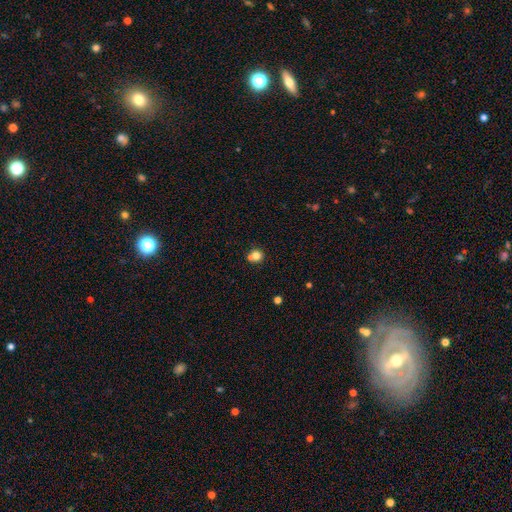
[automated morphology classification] Q: Smooth or featured?
A: smooth (78%); runner-up: star or artifact (12%)
Q: How rounded?
A: round (89%); runner-up: in between (10%)
Q: Merging?
A: none (55%); runner-up: merger (33%)